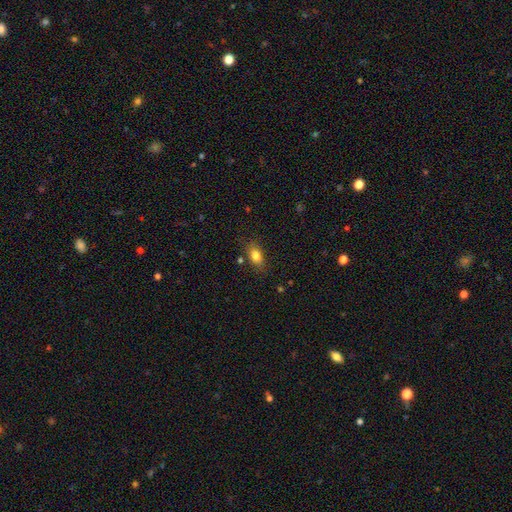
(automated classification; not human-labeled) Smooth or featured?
  - smooth: 81% *
  - featured or disk: 10%
  - star or artifact: 9%
How rounded?
  - in between: 83% *
  - round: 11%
  - cigar-shaped: 5%
Merging?
  - none: 80% *
  - minor disturbance: 14%
  - major disturbance: 3%
  - merger: 3%